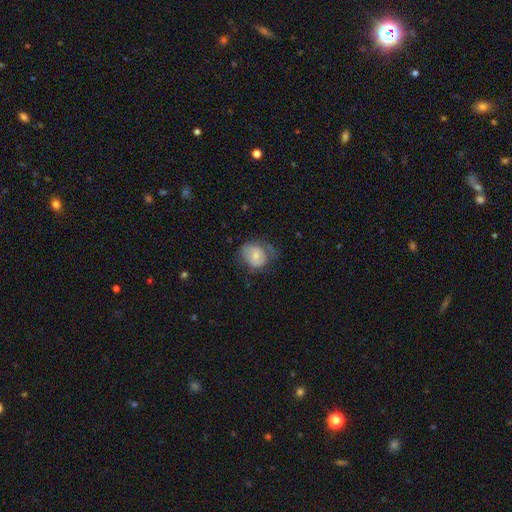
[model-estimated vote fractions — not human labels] smooth 58%, featured or disk 34%, star or artifact 8%. Down the decision tree: how rounded — round (52%); merging — none (44%).